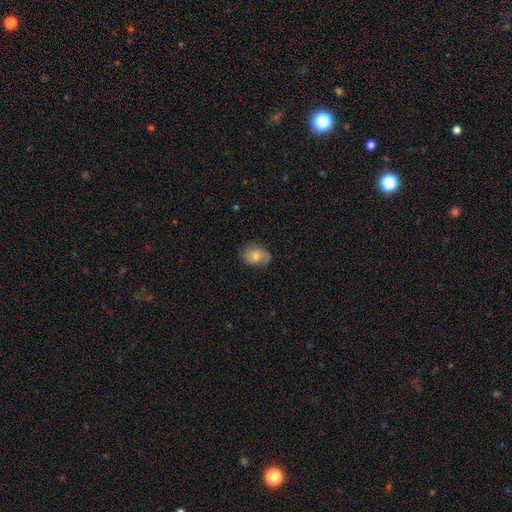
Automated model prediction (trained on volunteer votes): This is possibly a smooth galaxy (48%). Merging: likely none (69%).